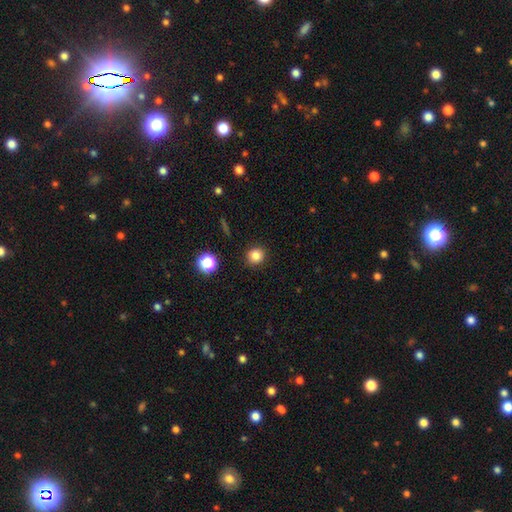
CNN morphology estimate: A smooth galaxy with no disk features (82%) that is round (90%).

Vote fractions:
- Smooth or featured? smooth: 82% / star or artifact: 13% / featured or disk: 5%
- How rounded? round: 90% / in between: 9% / cigar-shaped: 1%
- Merging? none: 90% / minor disturbance: 6% / major disturbance: 2% / merger: 1%